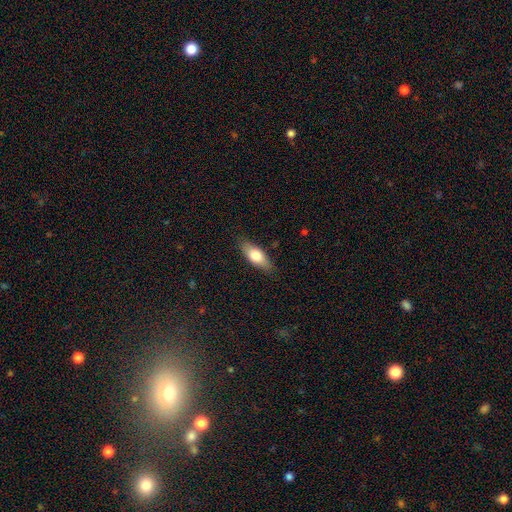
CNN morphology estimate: smooth 72%, featured or disk 22%, star or artifact 6%. Down the decision tree: how rounded — in between (76%); merging — none (85%).